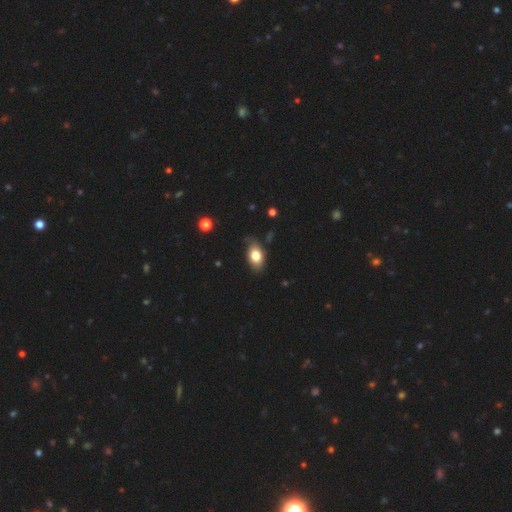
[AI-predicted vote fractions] A smooth galaxy with no disk features (78%) that is in between round and cigar-shaped (89%). Merging: none (70%).